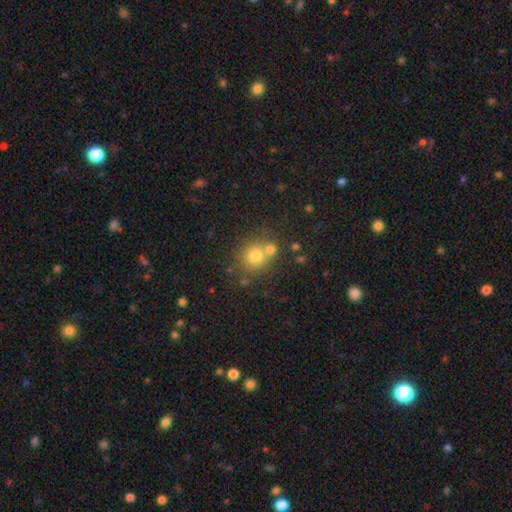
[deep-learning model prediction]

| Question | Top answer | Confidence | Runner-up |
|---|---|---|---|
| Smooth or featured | smooth | 74% | star or artifact (15%) |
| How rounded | round | 85% | in between (14%) |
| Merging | none | 57% | merger (31%) |